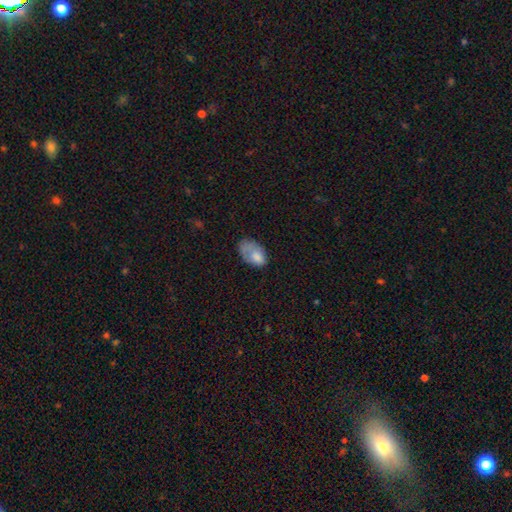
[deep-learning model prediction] A smooth galaxy with no disk features (72%) that is in between round and cigar-shaped (90%).

Vote fractions:
- Smooth or featured? smooth: 72% / featured or disk: 20% / star or artifact: 8%
- How rounded? in between: 90% / round: 8% / cigar-shaped: 1%
- Merging? none: 34% / minor disturbance: 33% / major disturbance: 28% / merger: 4%